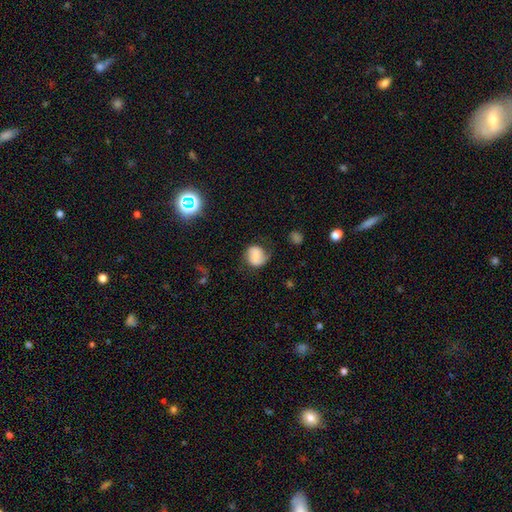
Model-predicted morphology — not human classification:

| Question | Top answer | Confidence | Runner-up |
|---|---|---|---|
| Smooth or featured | smooth | 50% | featured or disk (40%) |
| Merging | none | 58% | minor disturbance (25%) |